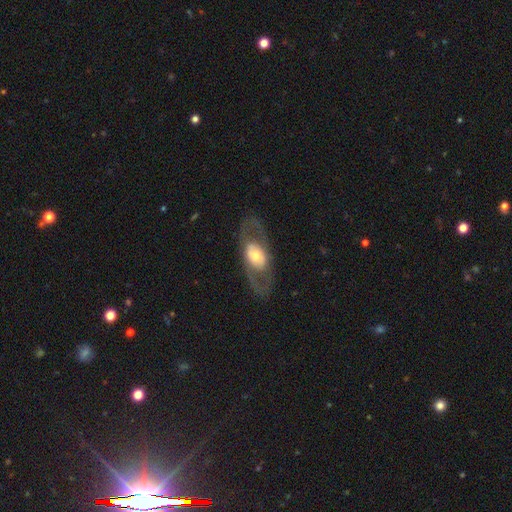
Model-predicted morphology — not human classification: Overall: featured or disk (63%; smooth 31%). Edge-on disk: no (85%). Bar: no (72%). Spiral arms: no (66%; yes 34%). Bulge size: moderate (54%; large 24%). Merging: none (75%).